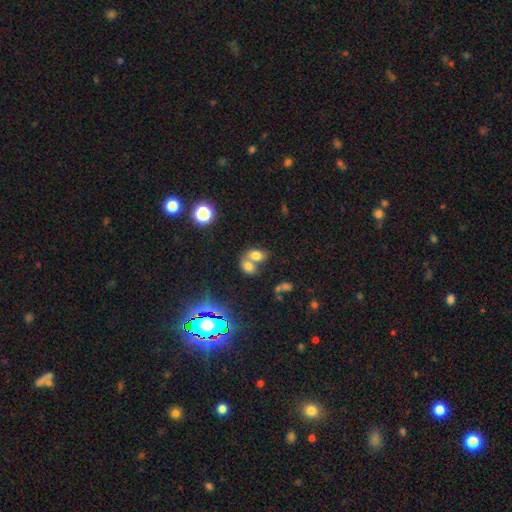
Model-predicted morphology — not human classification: Smooth or featured?
  - smooth: 71% *
  - featured or disk: 15%
  - star or artifact: 15%
How rounded?
  - in between: 75% *
  - round: 24%
  - cigar-shaped: 2%
Merging?
  - merger: 64% *
  - none: 25%
  - minor disturbance: 7%
  - major disturbance: 4%